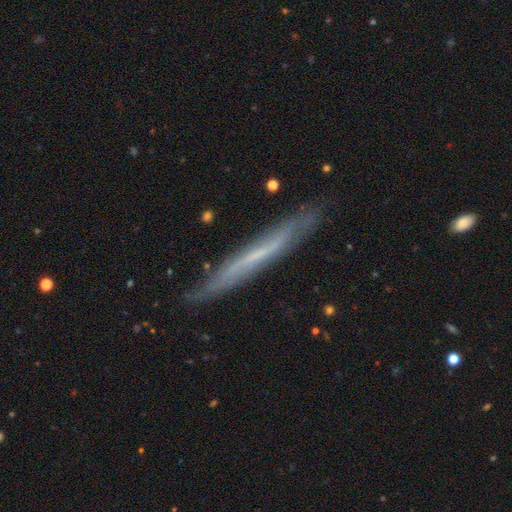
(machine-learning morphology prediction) A featured or disk galaxy (59%) viewed edge-on (86%) with no central bulge (84%).

Vote fractions:
- Smooth or featured? featured or disk: 59% / smooth: 34% / star or artifact: 7%
- Edge-on disk? yes: 86% / no: 14%
- Edge-on bulge? none: 84% / rounded: 10% / boxy: 5%
- Merging? none: 83% / minor disturbance: 14% / major disturbance: 2% / merger: 2%